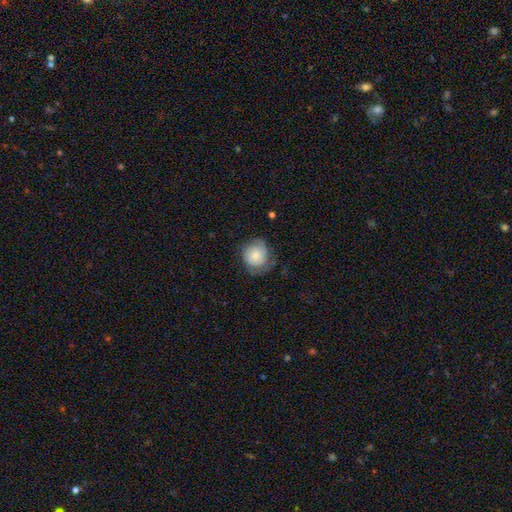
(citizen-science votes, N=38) Smooth or featured?
  - smooth: 68% *
  - featured or disk: 24%
  - star or artifact: 8%
How rounded?
  - round: 92% *
  - in between: 8%
  - cigar-shaped: 0%
Merging?
  - none: 43% *
  - major disturbance: 34%
  - minor disturbance: 23%
  - merger: 0%